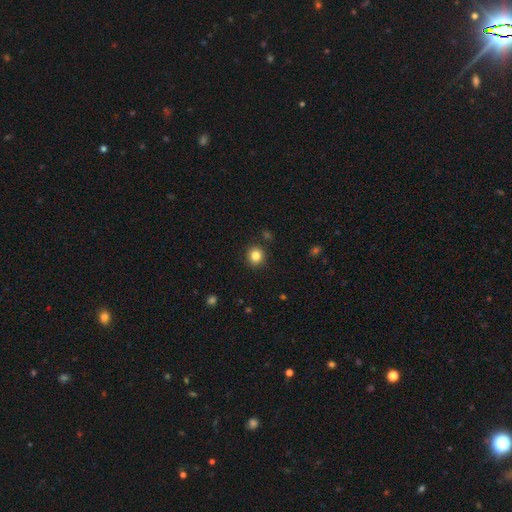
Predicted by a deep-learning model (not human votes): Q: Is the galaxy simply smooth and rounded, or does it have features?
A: smooth — 84%.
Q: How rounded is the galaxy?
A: round — 88%.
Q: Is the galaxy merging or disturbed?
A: none — 90%.